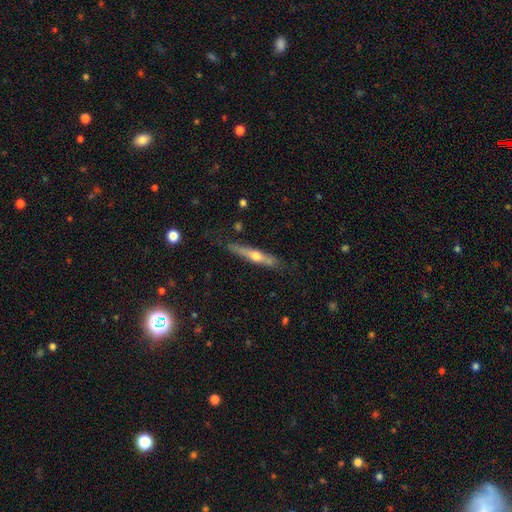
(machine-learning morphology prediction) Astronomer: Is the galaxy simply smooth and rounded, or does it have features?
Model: featured or disk — 62%.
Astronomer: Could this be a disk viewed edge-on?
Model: yes — 93%.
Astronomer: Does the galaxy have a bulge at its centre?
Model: rounded — 88%.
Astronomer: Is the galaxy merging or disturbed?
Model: none — 79%.